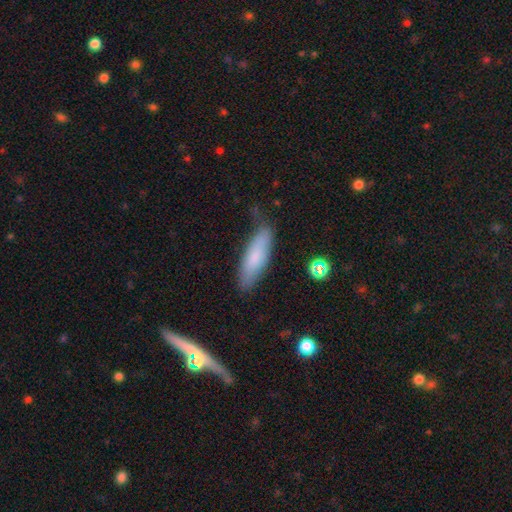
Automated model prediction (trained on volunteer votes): Smooth or featured?
  - smooth: 78% *
  - featured or disk: 16%
  - star or artifact: 7%
How rounded?
  - cigar-shaped: 52% *
  - in between: 46%
  - round: 2%
Merging?
  - none: 71% *
  - minor disturbance: 22%
  - major disturbance: 5%
  - merger: 2%